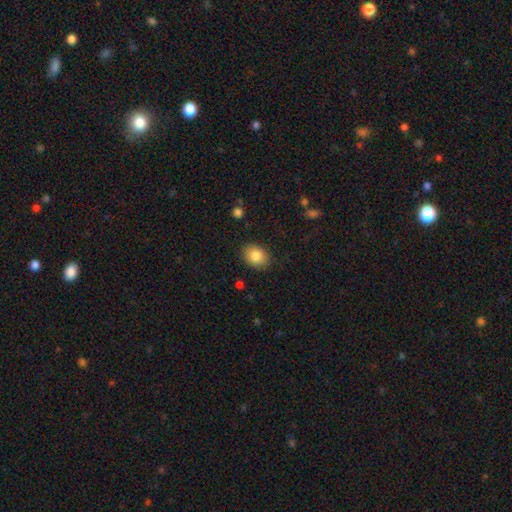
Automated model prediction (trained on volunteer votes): Q: Smooth or featured?
A: smooth (84%); runner-up: star or artifact (8%)
Q: How rounded?
A: in between (60%); runner-up: round (39%)
Q: Merging?
A: none (87%); runner-up: minor disturbance (9%)